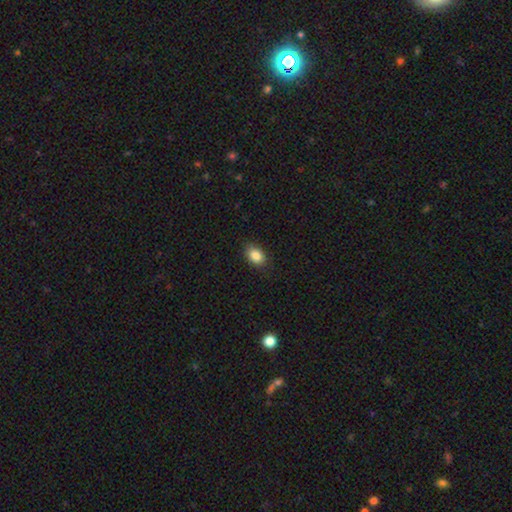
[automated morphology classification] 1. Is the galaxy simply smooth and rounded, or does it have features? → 85% smooth, 9% star or artifact, 6% featured or disk.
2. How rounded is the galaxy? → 77% in between, 22% round, 1% cigar-shaped.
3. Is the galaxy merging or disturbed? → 86% none, 11% minor disturbance, 2% major disturbance, 1% merger.